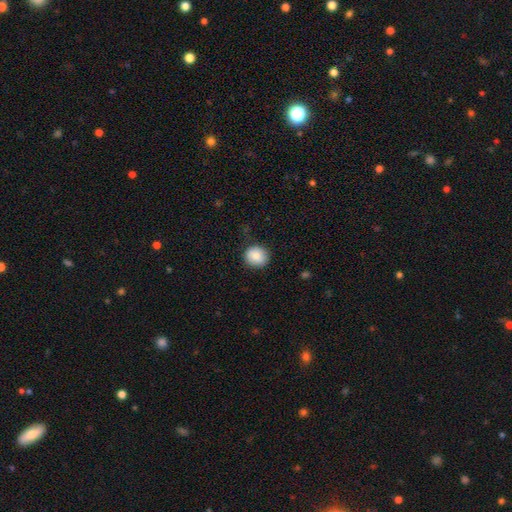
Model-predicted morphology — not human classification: smooth_or_featured: smooth (p=0.87) [alt: star or artifact p=0.08]
how_rounded: round (p=0.84) [alt: in between p=0.15]
merging: none (p=0.85) [alt: minor disturbance p=0.11]